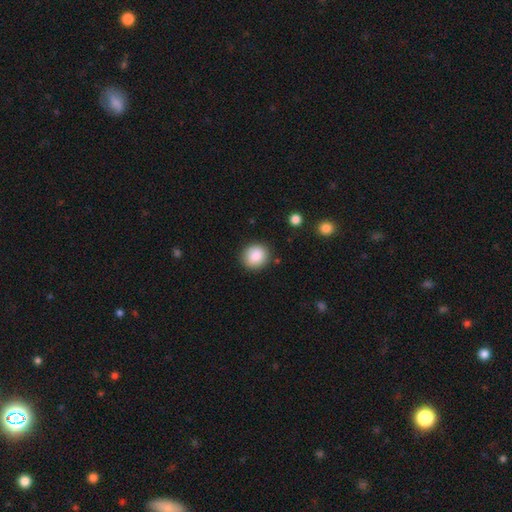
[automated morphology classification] This is clearly a smooth galaxy (87%). How rounded: clearly round (82%). Merging: clearly none (87%).